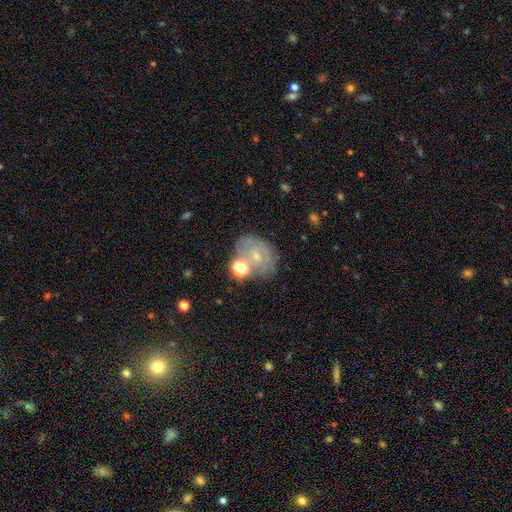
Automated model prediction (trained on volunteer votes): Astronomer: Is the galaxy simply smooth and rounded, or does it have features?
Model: featured or disk — 53% (runner-up: smooth, 34%).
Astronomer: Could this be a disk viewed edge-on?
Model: no — 96%.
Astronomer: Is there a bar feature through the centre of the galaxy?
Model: no — 72%.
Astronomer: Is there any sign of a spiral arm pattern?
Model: yes — 67%.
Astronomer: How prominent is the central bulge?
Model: small — 66%.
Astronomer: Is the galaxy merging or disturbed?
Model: none — 55%.